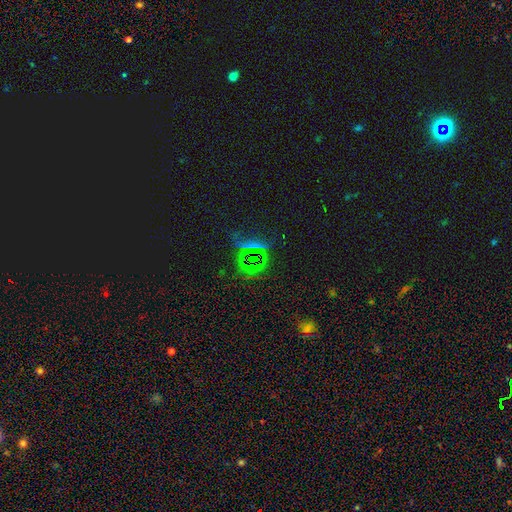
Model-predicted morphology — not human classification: A star or artifact, not a galaxy (77%).

Vote fractions:
- Smooth or featured? star or artifact: 77% / smooth: 14% / featured or disk: 9%